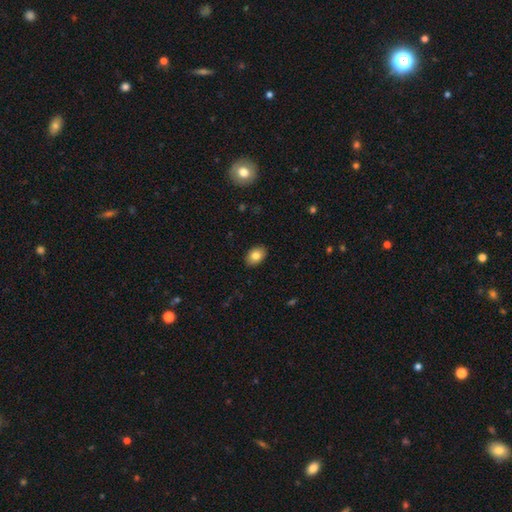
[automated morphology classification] Smooth or featured? smooth (82%)
How rounded? in between (83%)
Merging? none (89%)